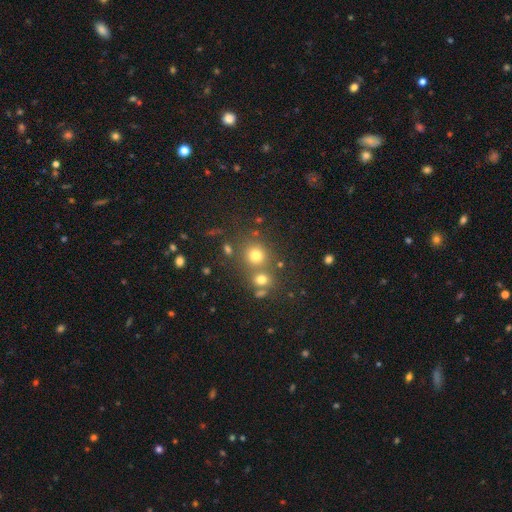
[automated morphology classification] Q: Smooth or featured?
A: smooth (73%); runner-up: star or artifact (18%)
Q: How rounded?
A: round (87%); runner-up: in between (12%)
Q: Merging?
A: none (65%); runner-up: merger (23%)